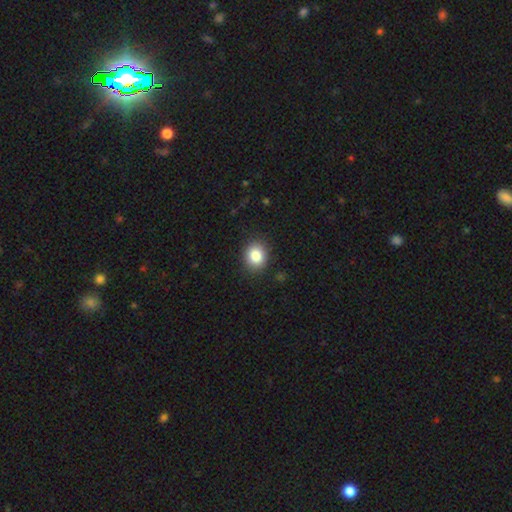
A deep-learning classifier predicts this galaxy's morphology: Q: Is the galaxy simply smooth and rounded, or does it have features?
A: smooth — 84%.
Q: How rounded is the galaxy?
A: round — 66%.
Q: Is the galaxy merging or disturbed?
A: none — 89%.